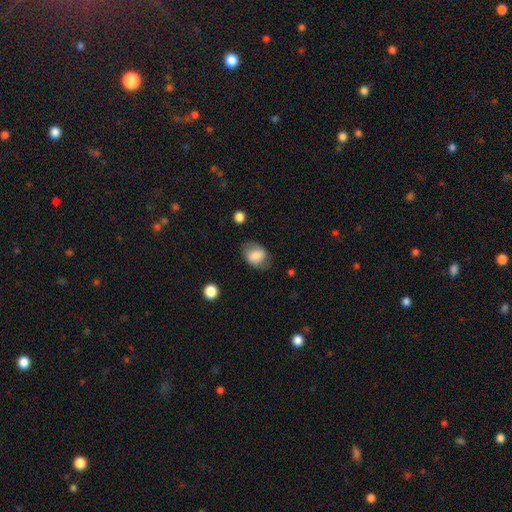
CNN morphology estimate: Smooth or featured? Predicted: smooth (p=0.76). How rounded? Predicted: in between (p=0.64). Merging? Predicted: none (p=0.67).